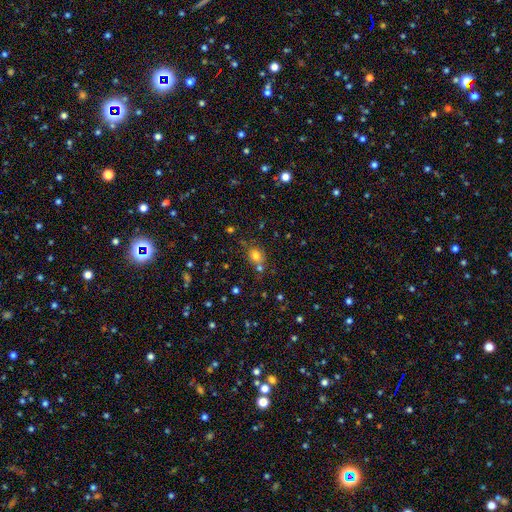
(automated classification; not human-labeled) This is likely a smooth galaxy (75%). How rounded: likely round (69%). Merging: possibly none (60%).